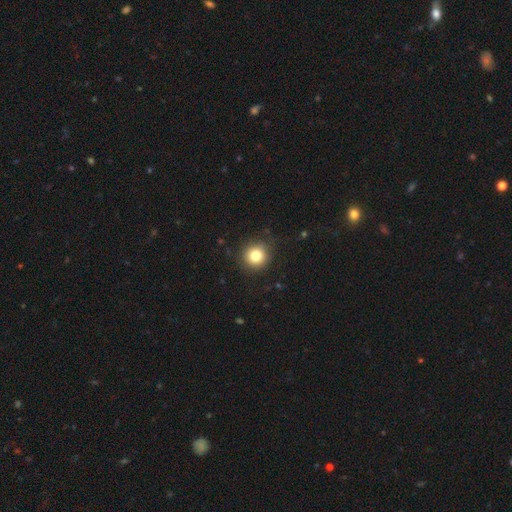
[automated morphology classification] The model was most divided on "smooth or featured": smooth: 81%, star or artifact: 12%, featured or disk: 8%. More confident: how rounded — round (93%); merging — none (88%).